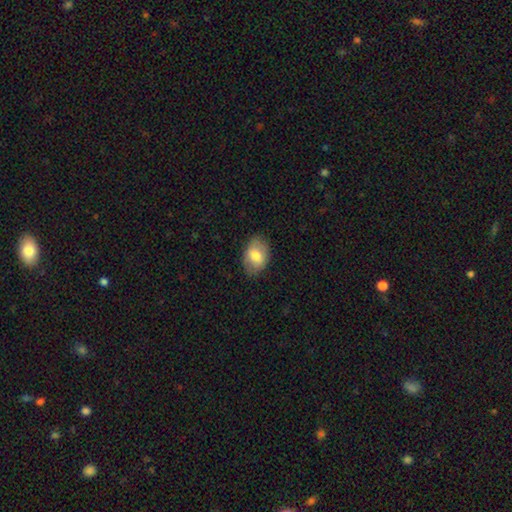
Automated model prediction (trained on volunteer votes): smooth-or-featured: smooth: 72% | featured or disk: 21% | star or artifact: 7%
  how-rounded: in between: 86% | round: 13% | cigar-shaped: 1%
  merging: none: 80% | minor disturbance: 15% | major disturbance: 4% | merger: 1%